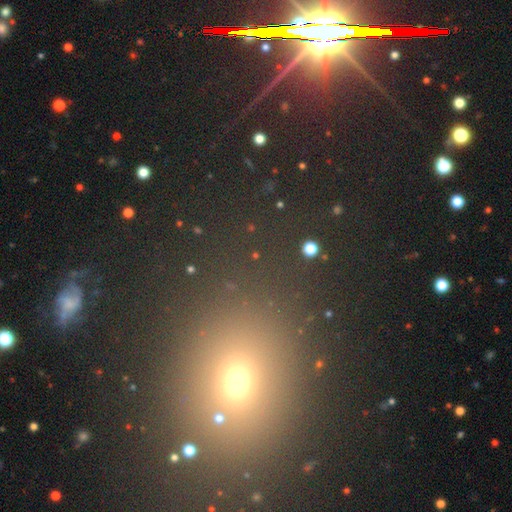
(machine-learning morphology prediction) star or artifact 55%, smooth 36%, featured or disk 9%.